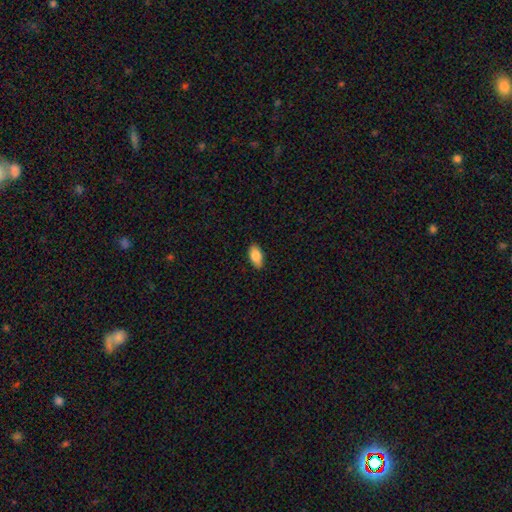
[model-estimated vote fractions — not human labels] smooth-or-featured: smooth: 85% | featured or disk: 8% | star or artifact: 7%
  how-rounded: in between: 92% | cigar-shaped: 5% | round: 3%
  merging: none: 89% | minor disturbance: 9% | major disturbance: 2% | merger: 1%